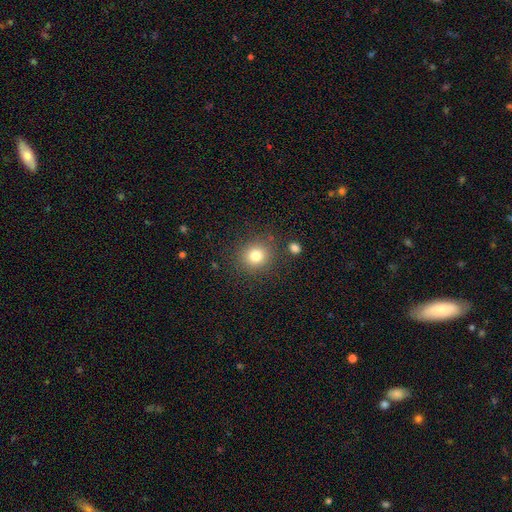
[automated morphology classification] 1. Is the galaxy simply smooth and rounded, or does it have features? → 80% smooth, 12% star or artifact, 7% featured or disk.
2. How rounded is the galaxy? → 85% round, 14% in between, 1% cigar-shaped.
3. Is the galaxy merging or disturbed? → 85% none, 8% minor disturbance, 3% major disturbance, 3% merger.